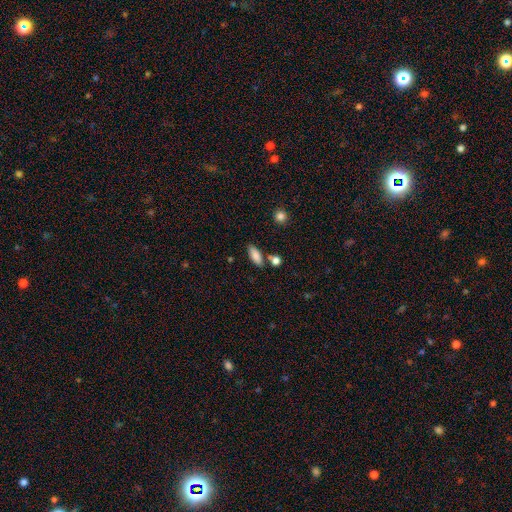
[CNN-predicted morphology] Smooth or featured? smooth (84%)
How rounded? in between (78%)
Merging? none (73%)